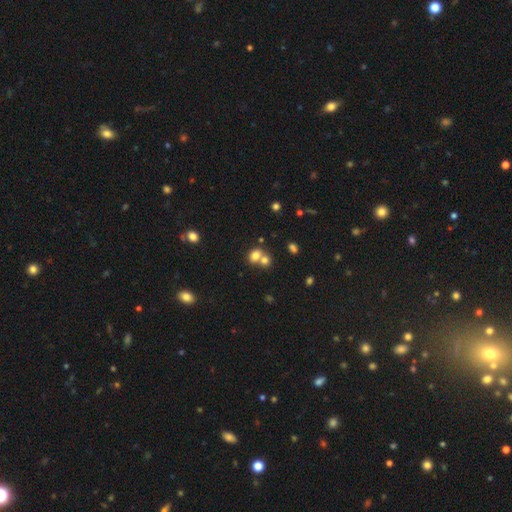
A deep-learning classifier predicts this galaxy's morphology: A smooth galaxy with no disk features (76%) that is round (52%).

Vote fractions:
- Smooth or featured? smooth: 76% / star or artifact: 13% / featured or disk: 12%
- How rounded? round: 52% / in between: 47% / cigar-shaped: 1%
- Merging? merger: 55% / none: 35% / minor disturbance: 7% / major disturbance: 3%